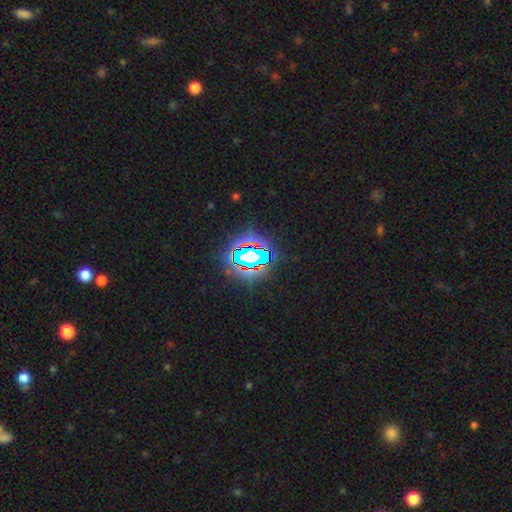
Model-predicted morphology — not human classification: Smooth or featured?
  - star or artifact: 78% *
  - smooth: 13%
  - featured or disk: 9%